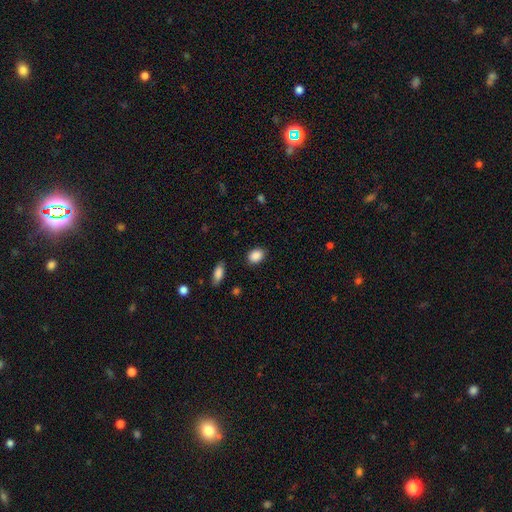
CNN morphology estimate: Q: Smooth or featured?
A: smooth (89%); runner-up: star or artifact (8%)
Q: How rounded?
A: in between (66%); runner-up: round (33%)
Q: Merging?
A: none (86%); runner-up: minor disturbance (10%)